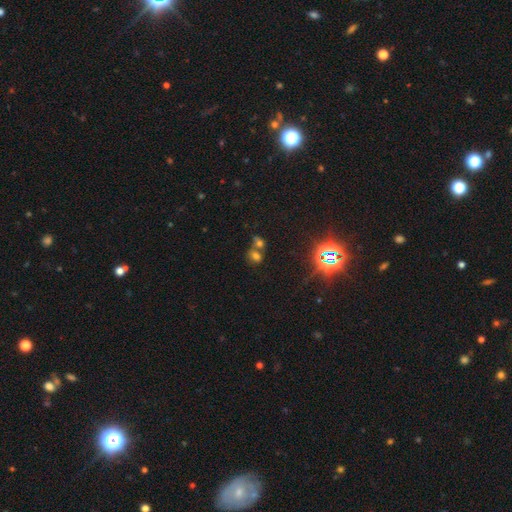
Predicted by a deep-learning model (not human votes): smooth 53%, star or artifact 32%, featured or disk 15%. Down the decision tree: how rounded — in between (52%); merging — merger (56%).